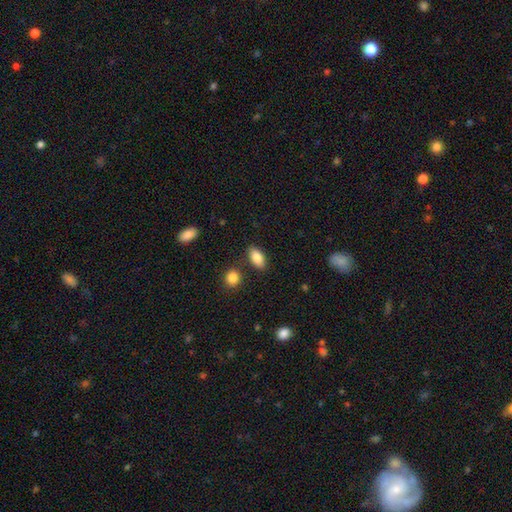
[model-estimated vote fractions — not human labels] smooth-or-featured: smooth: 86% | star or artifact: 7% | featured or disk: 7%
  how-rounded: in between: 91% | cigar-shaped: 5% | round: 5%
  merging: none: 82% | minor disturbance: 10% | merger: 5% | major disturbance: 3%